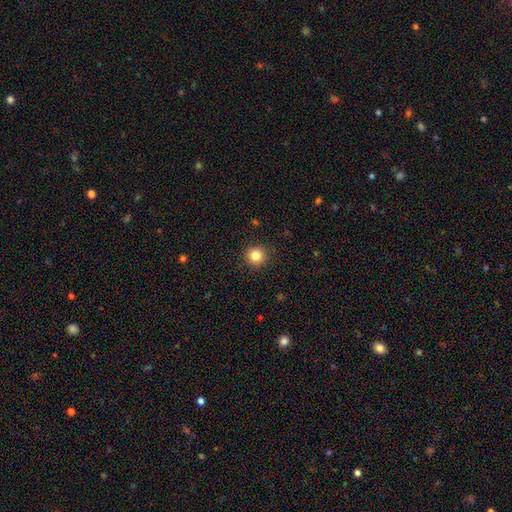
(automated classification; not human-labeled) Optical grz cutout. It shows a smooth galaxy with no disk features (83%) that is round (94%). Merging: none (92%).